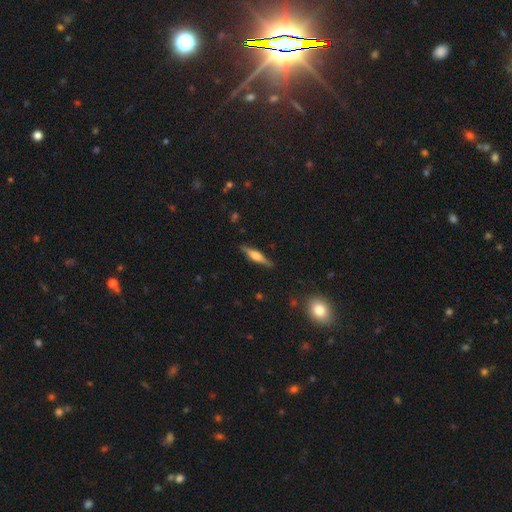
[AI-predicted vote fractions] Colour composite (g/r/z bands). It shows a featured or disk galaxy (60%) viewed edge-on (97%) with a rounded central bulge (72%). Merging: none (88%).